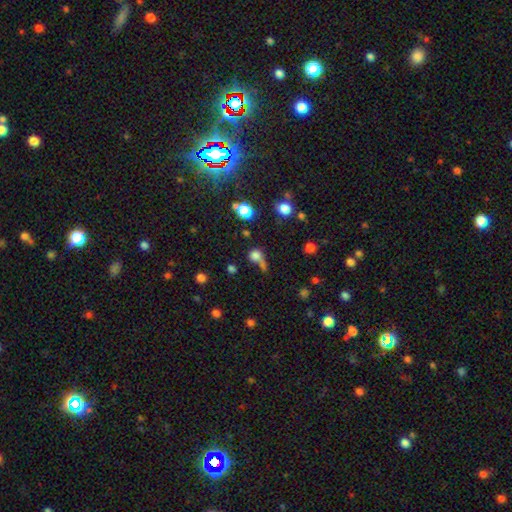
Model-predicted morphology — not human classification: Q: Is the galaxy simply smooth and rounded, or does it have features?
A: smooth — 73%.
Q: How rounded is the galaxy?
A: round — 81%.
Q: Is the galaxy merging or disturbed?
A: none — 42%.